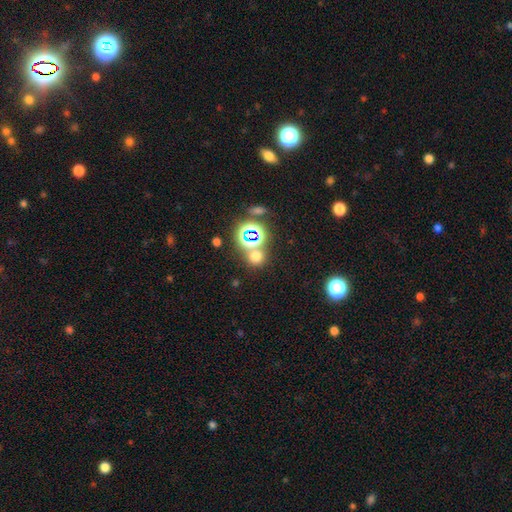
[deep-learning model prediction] Overall: smooth (59%; star or artifact 34%). How rounded: round (86%). Merging: none (70%).